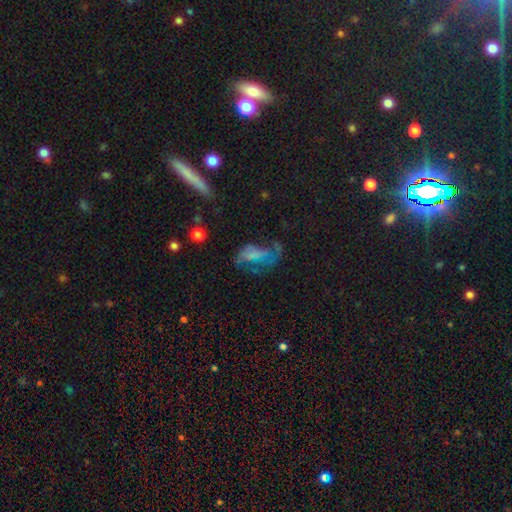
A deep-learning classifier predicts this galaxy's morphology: This is possibly a featured or disk galaxy (52%). It is clearly not viewed edge-on (93%). Merging: marginally major disturbance (45%).